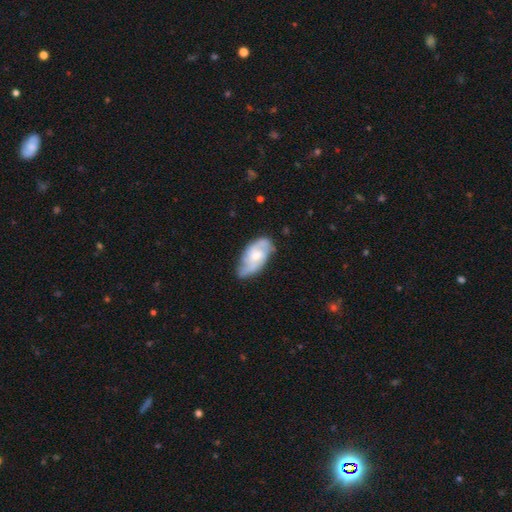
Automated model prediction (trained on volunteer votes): Smooth or featured: featured or disk — 68% (smooth — 26%)
Edge-on disk: no — 94% (yes — 6%)
Bar: no — 62% (weak — 33%)
Spiral arms: yes — 89% (no — 11%)
Spiral winding: medium — 46% (tight — 30%)
Spiral arm count: 2 — 55% (can't tell — 20%)
Bulge size: moderate — 51% (small — 39%)
Merging: none — 63% (minor disturbance — 28%)